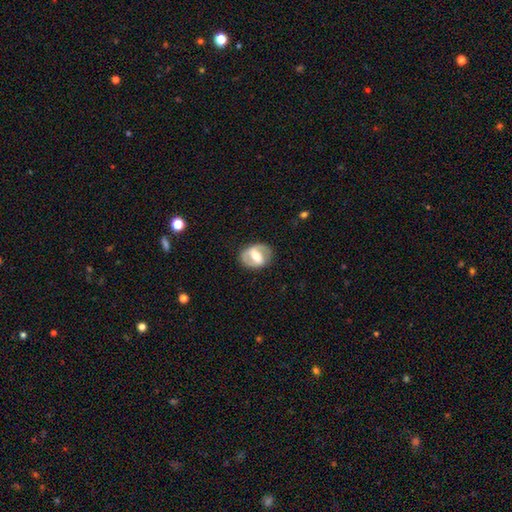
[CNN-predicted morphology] This is likely a featured or disk galaxy (70%). It is clearly not viewed edge-on (94%). Bar: possibly strong (59%). Spiral arm pattern: likely yes (61%). Central bulge: likely moderate (62%). Merging: clearly none (81%).